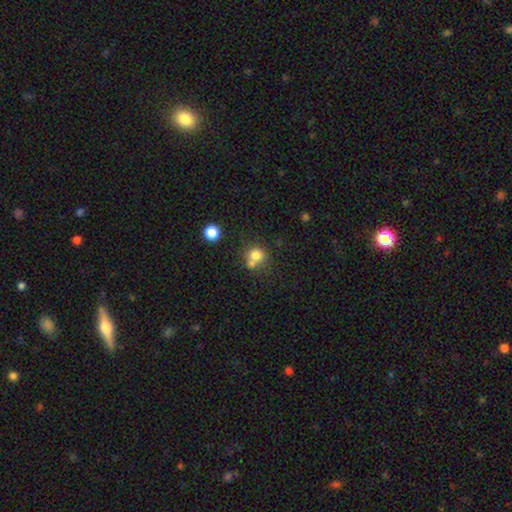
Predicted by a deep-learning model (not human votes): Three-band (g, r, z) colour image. It shows a smooth galaxy with no disk features (76%) that is round (85%). Merging: none (48%).